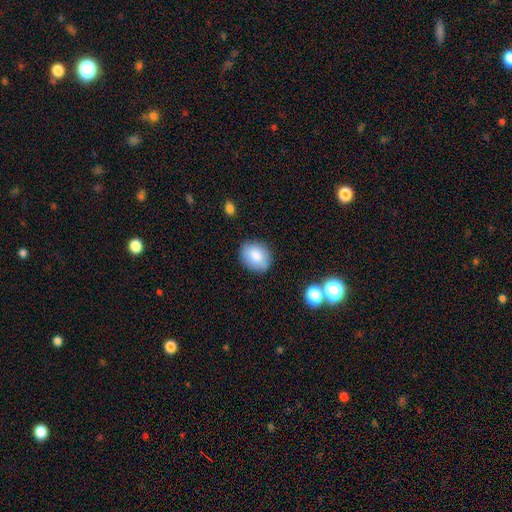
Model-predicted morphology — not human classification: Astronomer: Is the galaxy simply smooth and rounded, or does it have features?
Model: smooth — 84%.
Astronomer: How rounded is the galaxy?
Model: round — 51% (runner-up: in between, 48%).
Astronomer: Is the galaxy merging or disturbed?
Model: none — 83%.